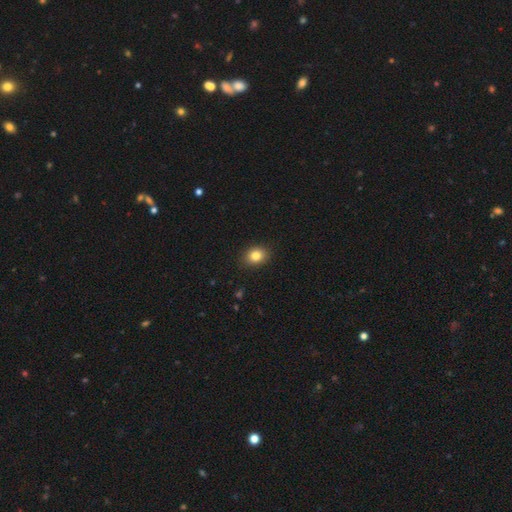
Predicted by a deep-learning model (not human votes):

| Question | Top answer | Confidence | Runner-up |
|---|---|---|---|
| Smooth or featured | smooth | 83% | star or artifact (10%) |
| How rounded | in between | 56% | round (43%) |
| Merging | none | 88% | minor disturbance (9%) |